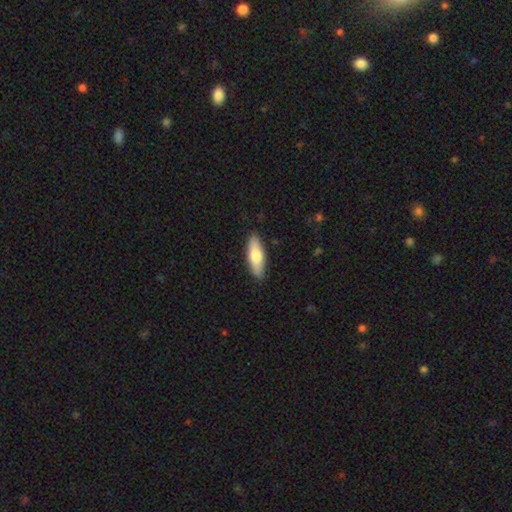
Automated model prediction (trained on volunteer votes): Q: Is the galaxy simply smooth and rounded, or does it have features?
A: smooth — 73%.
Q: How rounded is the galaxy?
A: in between — 52%.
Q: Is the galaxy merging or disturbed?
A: none — 89%.